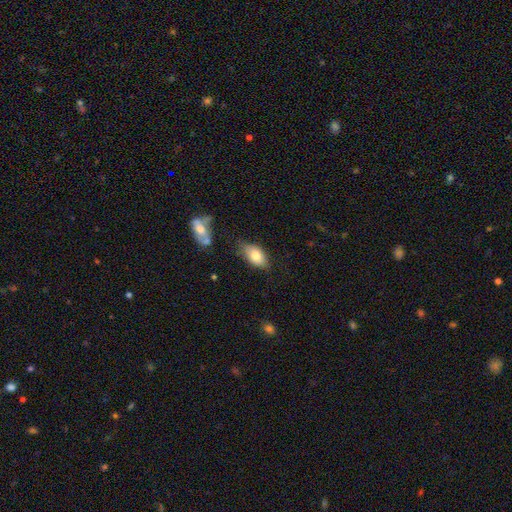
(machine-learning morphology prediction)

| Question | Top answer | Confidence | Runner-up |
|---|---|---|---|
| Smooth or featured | smooth | 78% | featured or disk (15%) |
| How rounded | in between | 91% | round (7%) |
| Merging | none | 64% | minor disturbance (26%) |